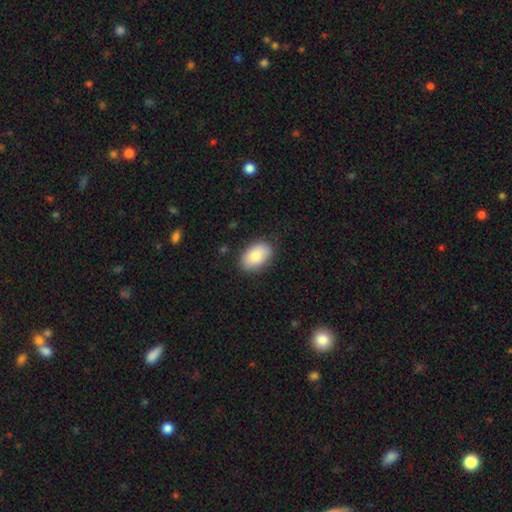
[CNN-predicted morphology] A smooth galaxy with no disk features (83%) that is in between round and cigar-shaped (89%).

Vote fractions:
- Smooth or featured? smooth: 83% / featured or disk: 11% / star or artifact: 7%
- How rounded? in between: 89% / round: 10% / cigar-shaped: 1%
- Merging? none: 85% / minor disturbance: 12% / major disturbance: 3% / merger: 1%